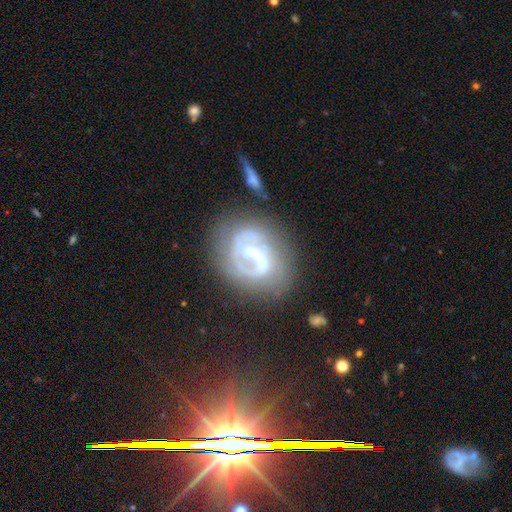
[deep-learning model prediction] A featured or disk galaxy (76%) with a strong bar (46%), 2 (38%) tight (47%) spiral arms (75%) and a moderate central bulge (36%). Merging: none (56%).